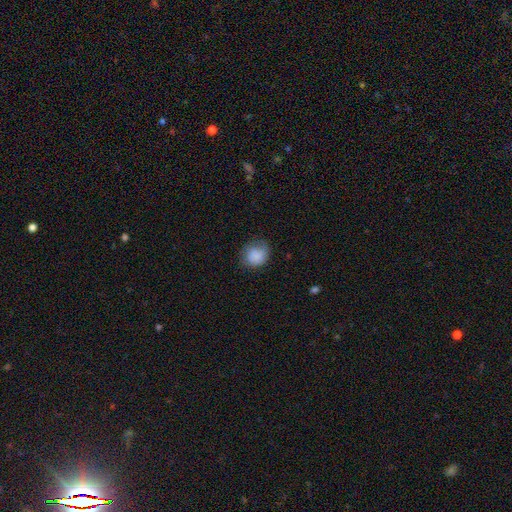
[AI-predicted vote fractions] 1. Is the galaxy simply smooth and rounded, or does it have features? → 84% smooth, 8% featured or disk, 7% star or artifact.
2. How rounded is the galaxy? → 74% round, 25% in between, 1% cigar-shaped.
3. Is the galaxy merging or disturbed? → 63% none, 27% minor disturbance, 9% major disturbance, 1% merger.